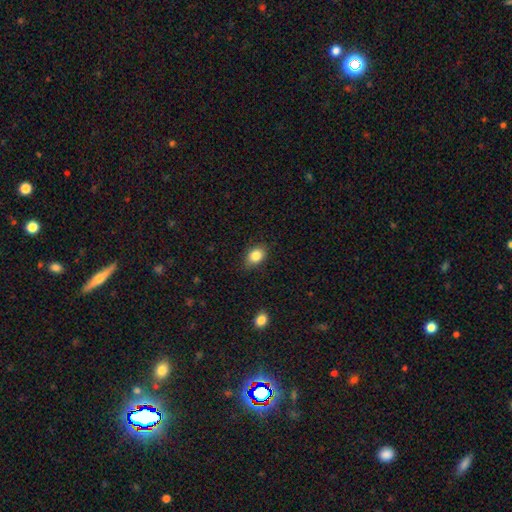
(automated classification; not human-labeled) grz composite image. It shows a smooth galaxy with no disk features (84%) that is in between round and cigar-shaped (72%). Merging: none (82%).